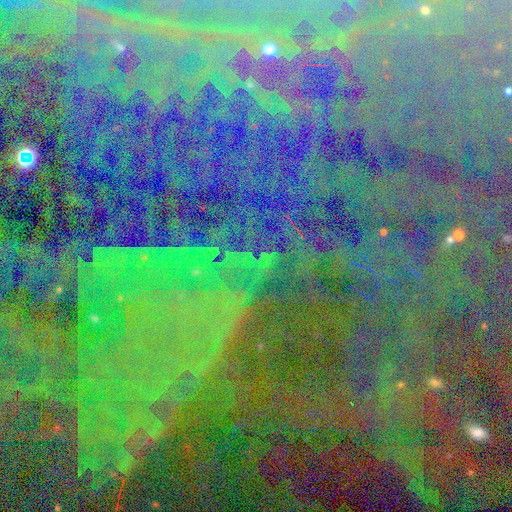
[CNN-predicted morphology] A star or artifact, not a galaxy (85%).